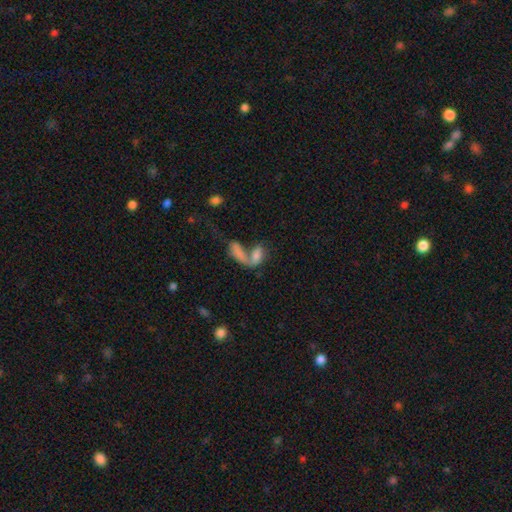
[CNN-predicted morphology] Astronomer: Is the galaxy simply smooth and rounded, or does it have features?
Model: smooth — 59%.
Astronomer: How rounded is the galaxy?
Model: in between — 66%.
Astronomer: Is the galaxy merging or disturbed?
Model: merger — 59%.